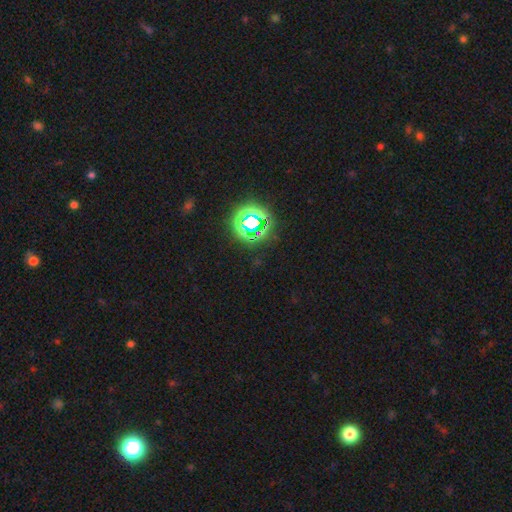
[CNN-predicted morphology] A star or artifact, not a galaxy (79%).